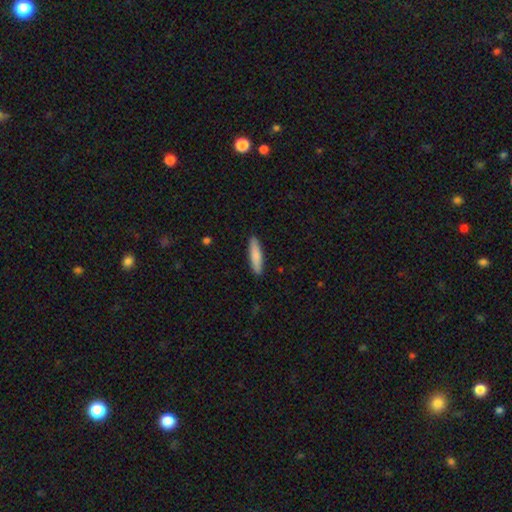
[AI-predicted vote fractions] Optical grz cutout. It shows a smooth galaxy with no disk features (81%) that is cigar-shaped (79%). Merging: none (90%).